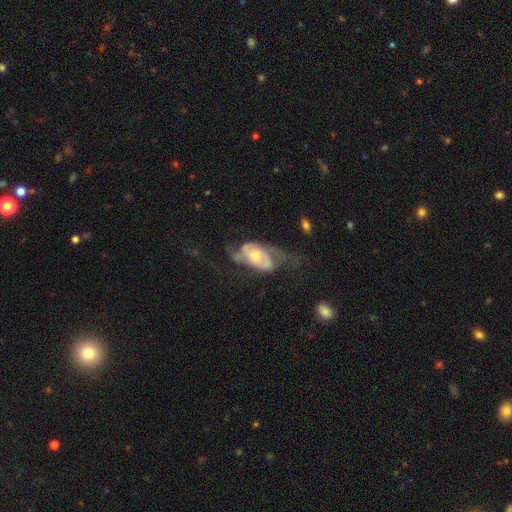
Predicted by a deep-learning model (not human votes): Overall: featured or disk (75%). Edge-on disk: no (94%). Bar: no (63%; weak 28%). Spiral arms: yes (83%). Spiral arm count: 2 (68%). Spiral winding: medium (42%; loose 30%). Bulge size: moderate (64%; small 26%). Merging: none (38%; major disturbance 34%).